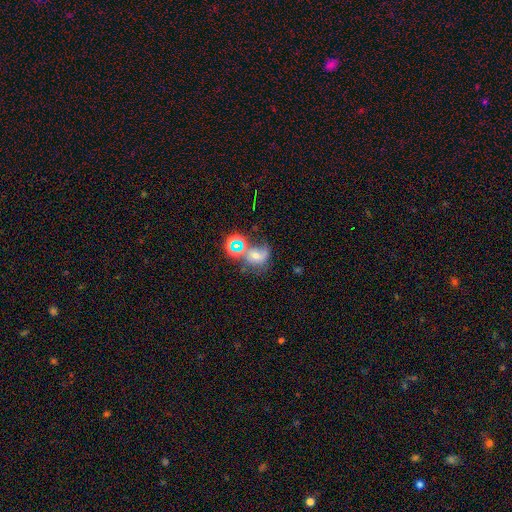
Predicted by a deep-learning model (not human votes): This appears to be a smooth galaxy with no disk features (39%). Merging: merger (31%).